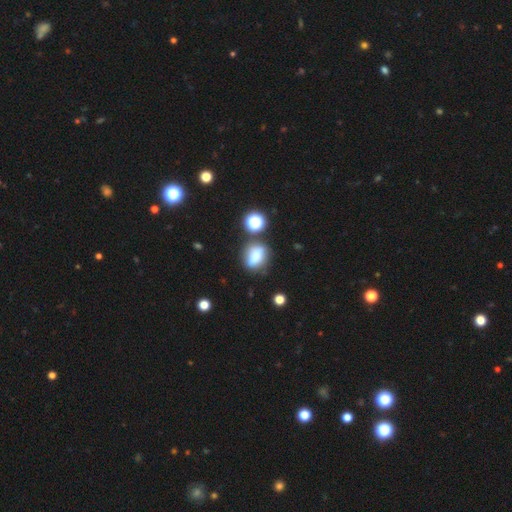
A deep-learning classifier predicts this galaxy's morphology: This appears to be a smooth galaxy with no disk features (69%) that is in between round and cigar-shaped (55%). Merging: none (61%).